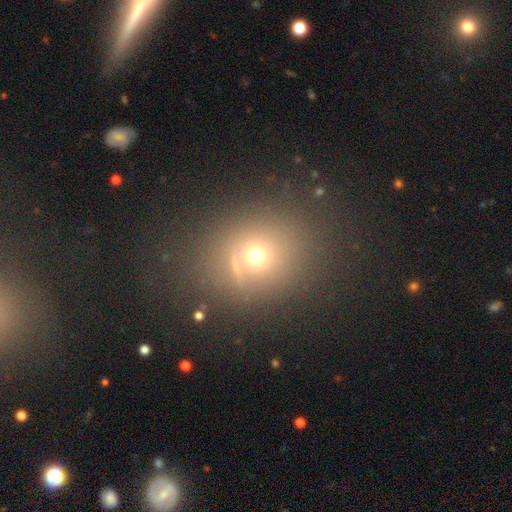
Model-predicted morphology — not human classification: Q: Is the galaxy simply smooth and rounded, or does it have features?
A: smooth — 59%.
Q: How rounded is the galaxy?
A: round — 70%.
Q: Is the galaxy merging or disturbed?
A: none — 68%.